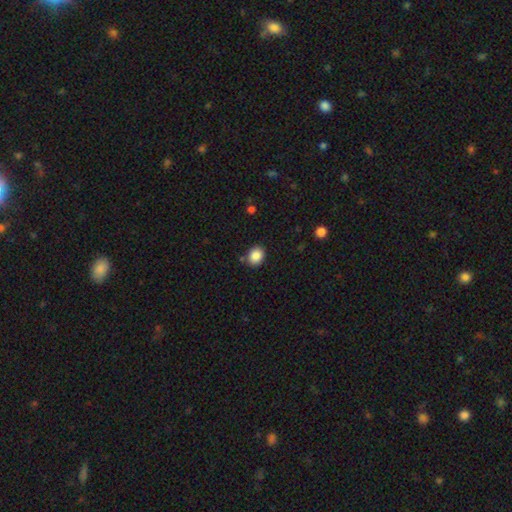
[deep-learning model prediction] This appears to be a smooth galaxy with no disk features (87%) that is round (51%). Merging: none (84%).